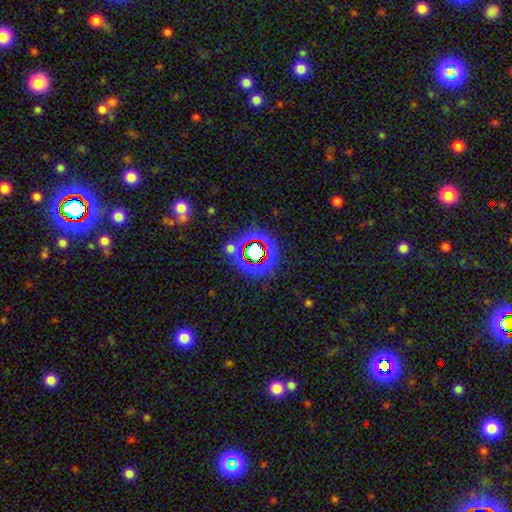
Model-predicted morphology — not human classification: Smooth or featured? star or artifact (67%)